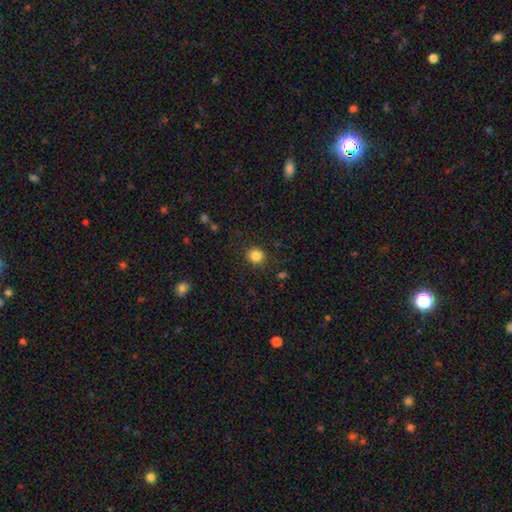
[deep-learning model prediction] This is clearly a smooth galaxy (84%). How rounded: clearly round (83%). Merging: clearly none (88%).